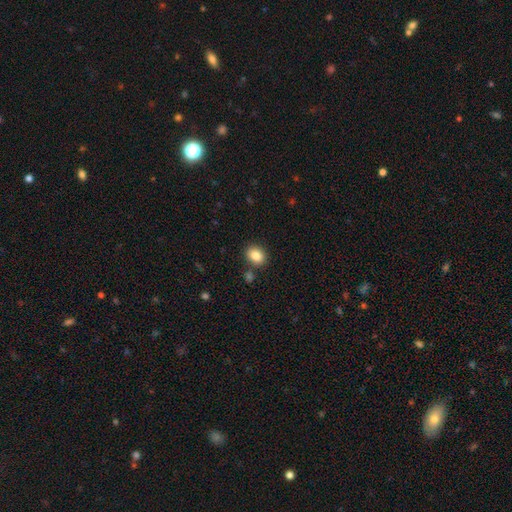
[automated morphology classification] This appears to be a smooth galaxy with no disk features (85%) that is in between round and cigar-shaped (52%). Merging: none (82%).